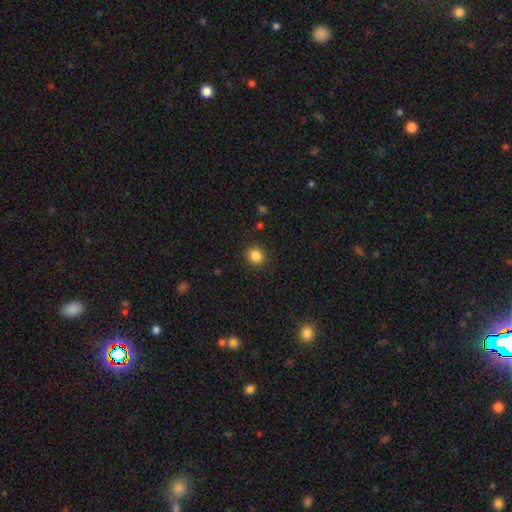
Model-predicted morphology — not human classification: smooth 85%, star or artifact 11%, featured or disk 4%. Down the decision tree: how rounded — round (83%); merging — none (90%).